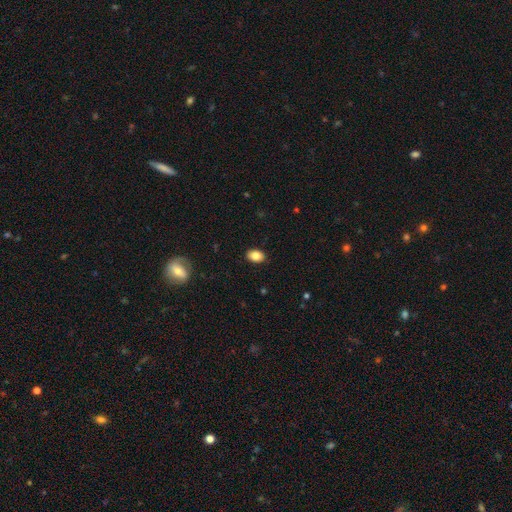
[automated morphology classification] Smooth or featured: smooth — 85% (star or artifact — 8%)
How rounded: in between — 81% (round — 18%)
Merging: none — 88% (minor disturbance — 9%)